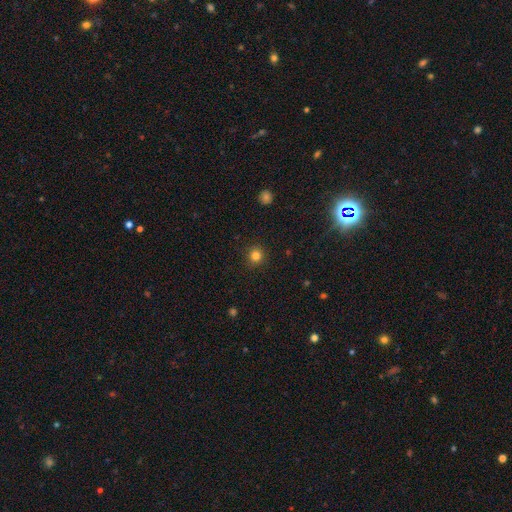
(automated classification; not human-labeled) Smooth or featured: smooth — 82% (star or artifact — 13%)
How rounded: round — 92% (in between — 7%)
Merging: none — 90% (minor disturbance — 6%)